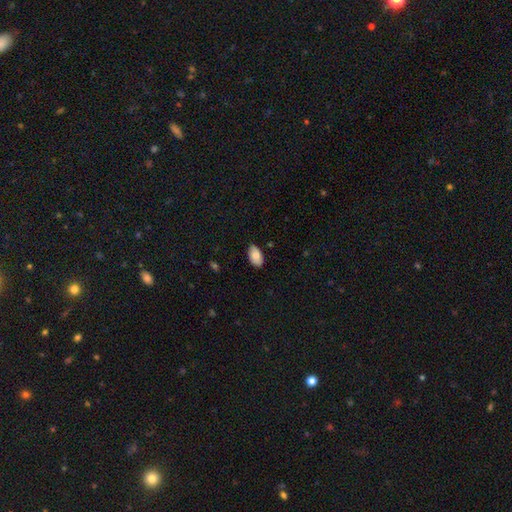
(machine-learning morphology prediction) A smooth galaxy with no disk features (81%) that is in between round and cigar-shaped (95%). Merging: none (83%).